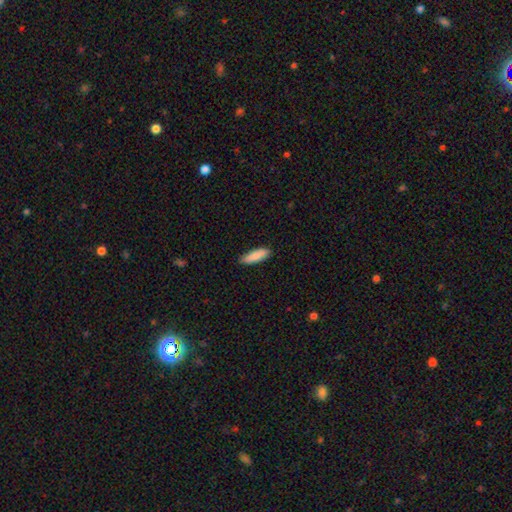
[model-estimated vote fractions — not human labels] Smooth or featured: smooth — 88% (star or artifact — 6%)
How rounded: cigar-shaped — 56% (in between — 42%)
Merging: none — 86% (minor disturbance — 11%)